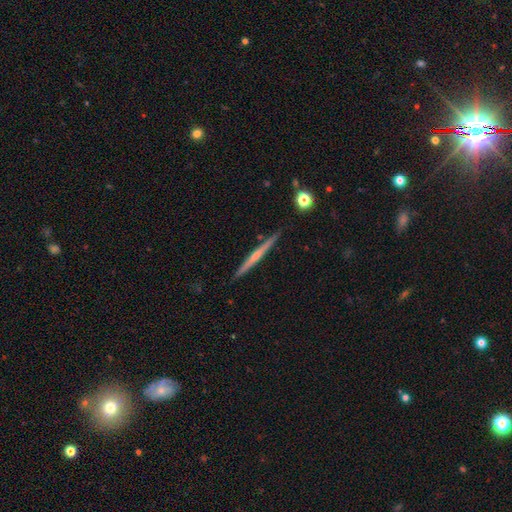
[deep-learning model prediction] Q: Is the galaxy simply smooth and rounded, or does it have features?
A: featured or disk — 69%.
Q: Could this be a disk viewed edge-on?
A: yes — 98%.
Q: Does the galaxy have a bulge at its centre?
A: rounded — 55%.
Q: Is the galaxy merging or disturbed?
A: none — 90%.